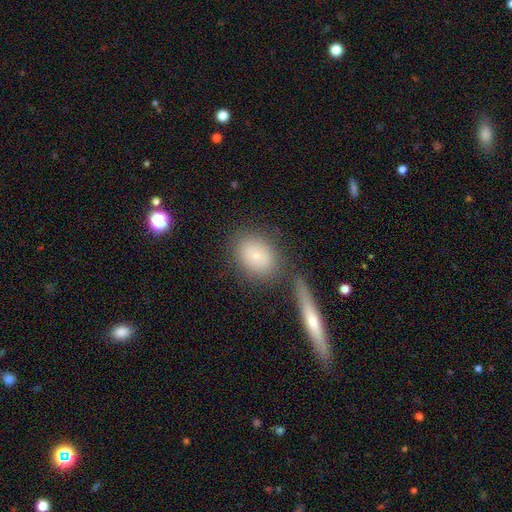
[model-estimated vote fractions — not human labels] A smooth galaxy with no disk features (75%) that is round (48%, tied with in between). Merging: none (72%).